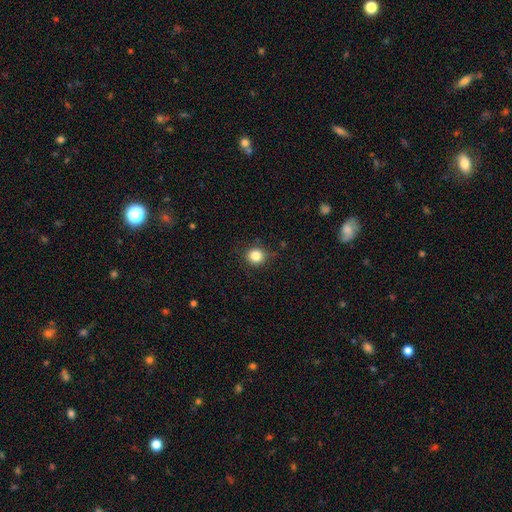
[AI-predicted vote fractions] This is clearly a smooth galaxy (84%). How rounded: clearly round (89%). Merging: clearly none (85%).